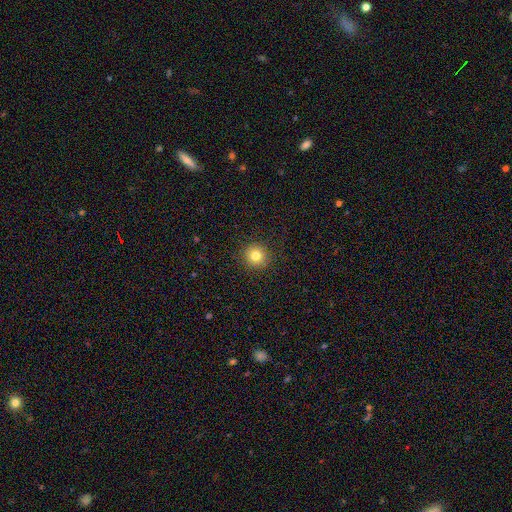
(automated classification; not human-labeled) Smooth or featured? smooth (81%)
How rounded? round (94%)
Merging? none (91%)